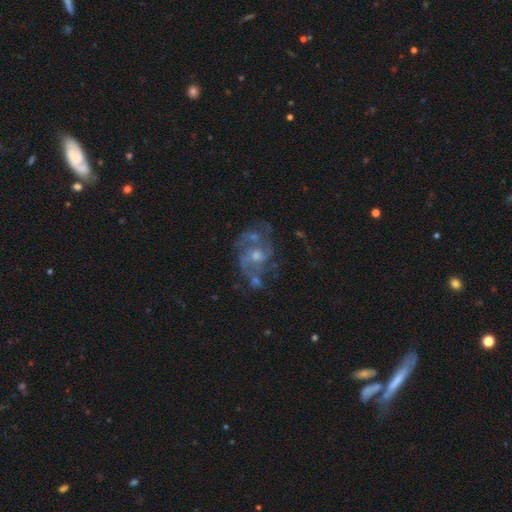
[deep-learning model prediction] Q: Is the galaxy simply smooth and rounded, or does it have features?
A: featured or disk — 79%.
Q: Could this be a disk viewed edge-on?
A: no — 98%.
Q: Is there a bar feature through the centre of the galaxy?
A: no — 64%.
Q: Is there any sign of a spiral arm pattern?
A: yes — 85%.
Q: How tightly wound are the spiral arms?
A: medium — 50%.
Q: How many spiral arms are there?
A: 3 — 28%.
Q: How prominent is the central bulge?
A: moderate — 52%.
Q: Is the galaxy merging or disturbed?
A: none — 54%.